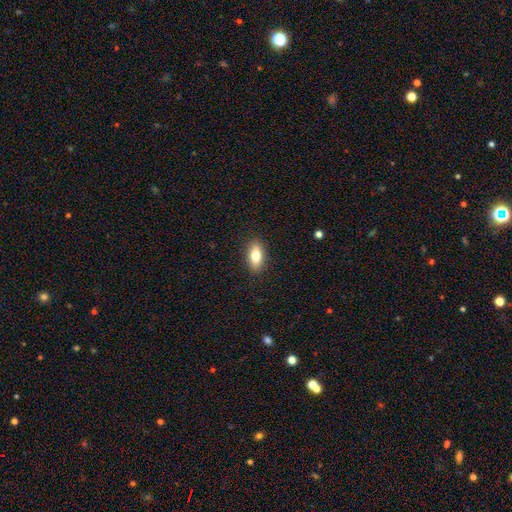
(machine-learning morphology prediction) A smooth galaxy with no disk features (76%) that is in between round and cigar-shaped (83%).

Vote fractions:
- Smooth or featured? smooth: 76% / featured or disk: 16% / star or artifact: 7%
- How rounded? in between: 83% / cigar-shaped: 12% / round: 5%
- Merging? none: 88% / minor disturbance: 9% / major disturbance: 2% / merger: 1%